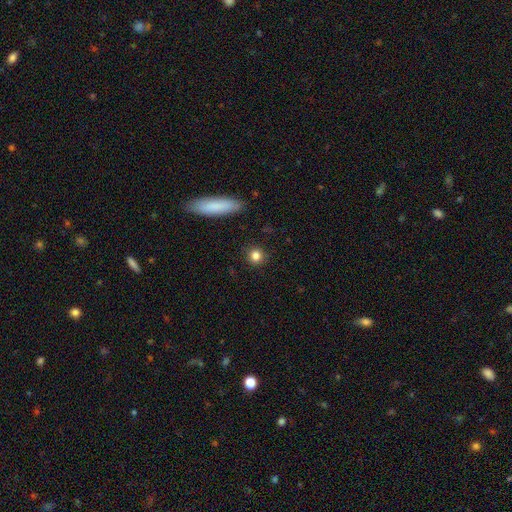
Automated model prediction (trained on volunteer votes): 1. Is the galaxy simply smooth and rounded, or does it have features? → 83% smooth, 10% star or artifact, 7% featured or disk.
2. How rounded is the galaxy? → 88% round, 10% in between, 2% cigar-shaped.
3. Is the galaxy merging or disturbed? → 89% none, 7% minor disturbance, 2% major disturbance, 2% merger.